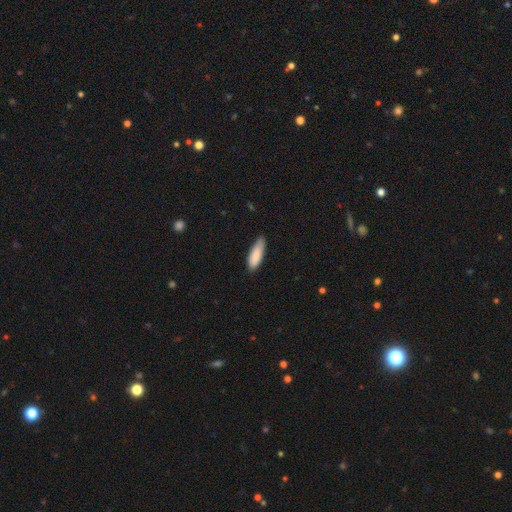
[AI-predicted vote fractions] smooth-or-featured: smooth: 87% | featured or disk: 7% | star or artifact: 6%
  how-rounded: in between: 57% | cigar-shaped: 42% | round: 1%
  merging: none: 75% | minor disturbance: 21% | major disturbance: 3% | merger: 1%